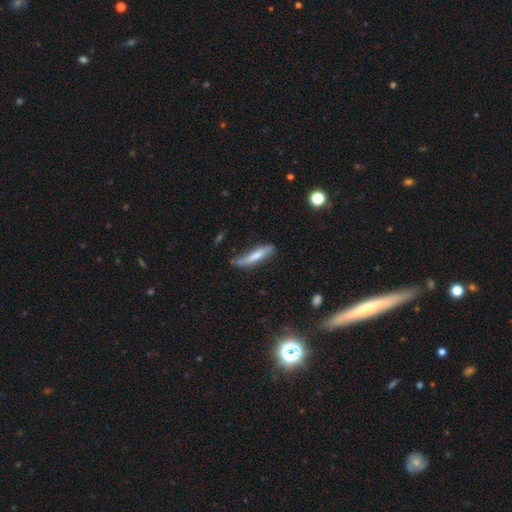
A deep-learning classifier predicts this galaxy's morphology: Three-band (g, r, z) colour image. It shows a smooth galaxy with no disk features (68%) that is cigar-shaped (88%). Merging: none (70%).